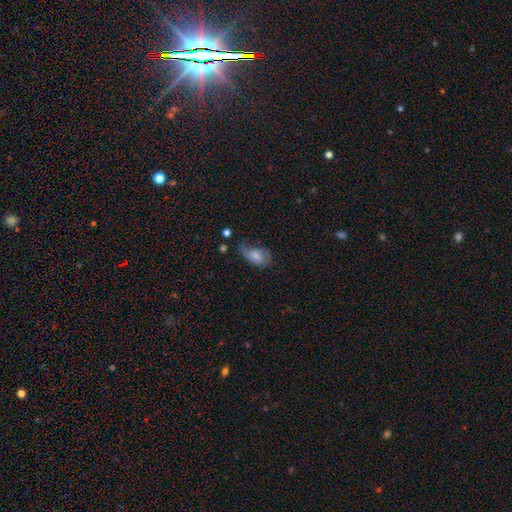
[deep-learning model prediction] Smooth or featured?
  - smooth: 61% *
  - featured or disk: 30%
  - star or artifact: 9%
How rounded?
  - in between: 83% *
  - round: 15%
  - cigar-shaped: 2%
Merging?
  - minor disturbance: 35% *
  - major disturbance: 33%
  - none: 27%
  - merger: 5%